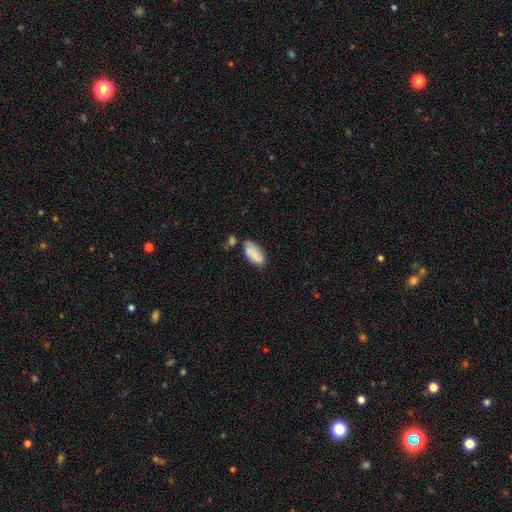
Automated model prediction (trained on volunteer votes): Smooth or featured: smooth — 76% (featured or disk — 17%)
How rounded: in between — 92% (cigar-shaped — 6%)
Merging: none — 57% (minor disturbance — 23%)